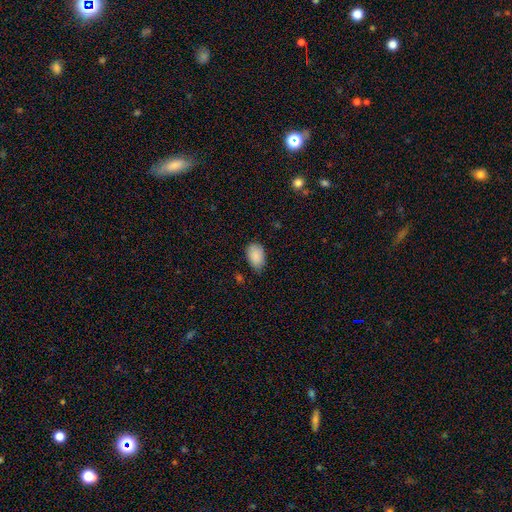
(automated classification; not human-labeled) Q: Smooth or featured?
A: smooth (89%); runner-up: star or artifact (7%)
Q: How rounded?
A: in between (89%); runner-up: round (10%)
Q: Merging?
A: none (73%); runner-up: minor disturbance (22%)